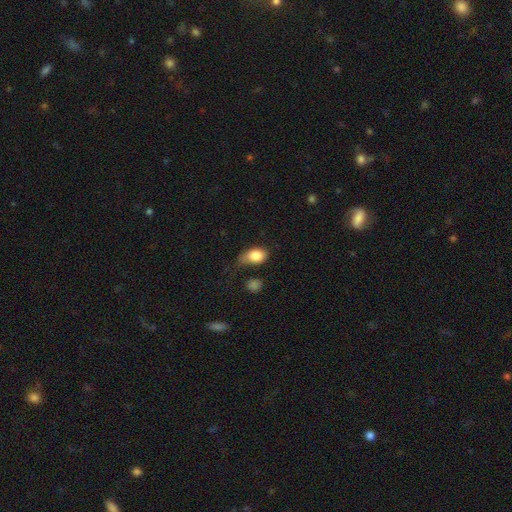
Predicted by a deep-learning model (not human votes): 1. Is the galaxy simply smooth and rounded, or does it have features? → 84% smooth, 8% featured or disk, 8% star or artifact.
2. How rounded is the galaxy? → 76% in between, 22% round, 2% cigar-shaped.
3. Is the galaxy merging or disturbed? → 36% minor disturbance, 35% none, 23% major disturbance, 6% merger.